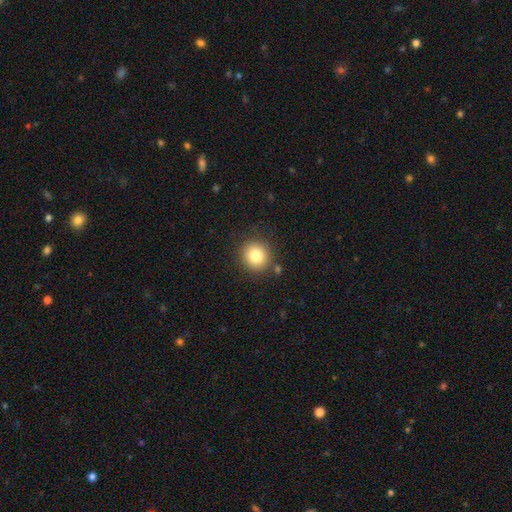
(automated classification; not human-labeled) This is clearly a smooth galaxy (81%). How rounded: clearly round (89%). Merging: clearly none (86%).